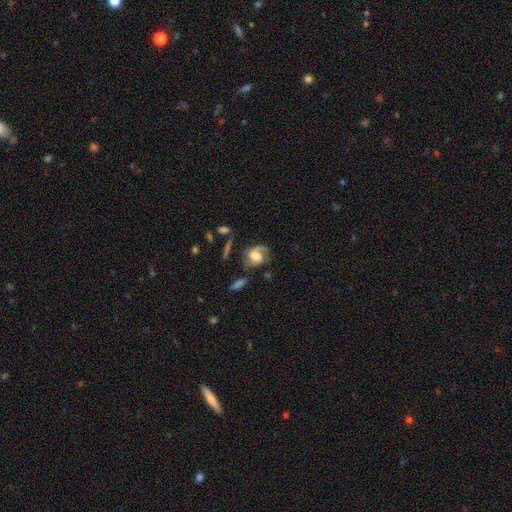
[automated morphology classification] Q: Smooth or featured?
A: featured or disk (64%); runner-up: smooth (28%)
Q: Edge-on disk?
A: no (97%); runner-up: yes (3%)
Q: Bar?
A: no (46%); runner-up: weak (41%)
Q: Spiral arms?
A: yes (89%); runner-up: no (11%)
Q: Spiral winding?
A: medium (46%); runner-up: tight (28%)
Q: Spiral arm count?
A: 2 (69%); runner-up: 1 (21%)
Q: Bulge size?
A: large (42%); runner-up: moderate (29%)
Q: Merging?
A: none (57%); runner-up: minor disturbance (22%)